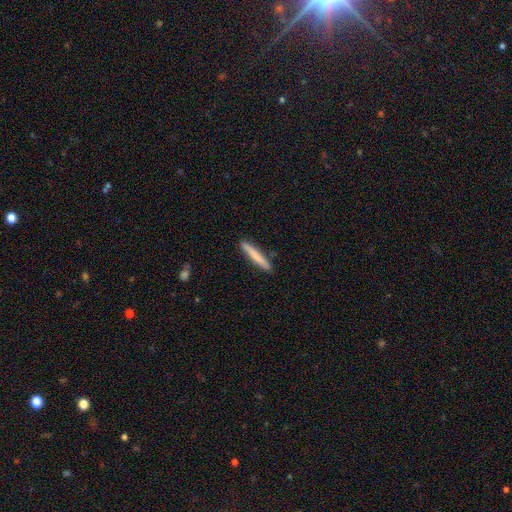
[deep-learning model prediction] A smooth galaxy with no disk features (76%) that is cigar-shaped (96%).

Vote fractions:
- Smooth or featured? smooth: 76% / featured or disk: 18% / star or artifact: 5%
- How rounded? cigar-shaped: 96% / in between: 3% / round: 1%
- Merging? none: 90% / minor disturbance: 7% / major disturbance: 1% / merger: 1%